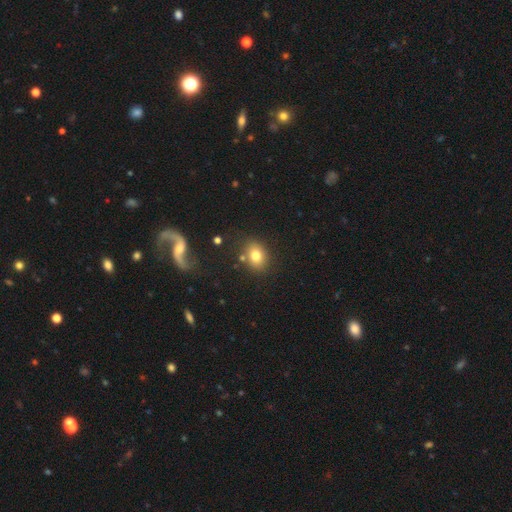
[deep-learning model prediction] The model was most divided on "how rounded": in between: 55%, round: 44%, cigar-shaped: 1%. More confident: smooth or featured — smooth (78%); merging — none (78%).